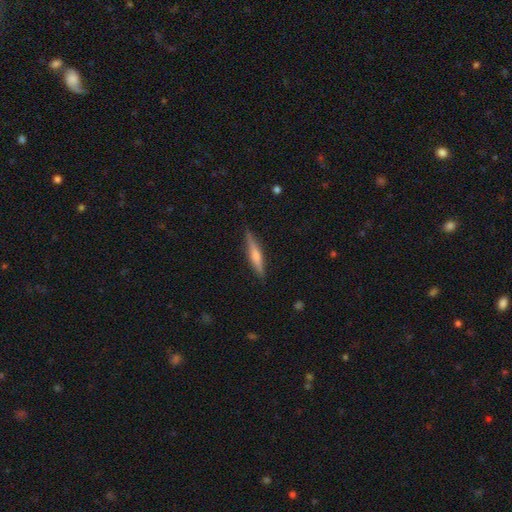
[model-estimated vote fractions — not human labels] A featured or disk galaxy (54%) viewed edge-on (96%) with a rounded central bulge (77%).

Vote fractions:
- Smooth or featured? featured or disk: 54% / smooth: 40% / star or artifact: 6%
- Edge-on disk? yes: 96% / no: 4%
- Edge-on bulge? rounded: 77% / none: 14% / boxy: 9%
- Merging? none: 88% / minor disturbance: 9% / major disturbance: 2% / merger: 1%